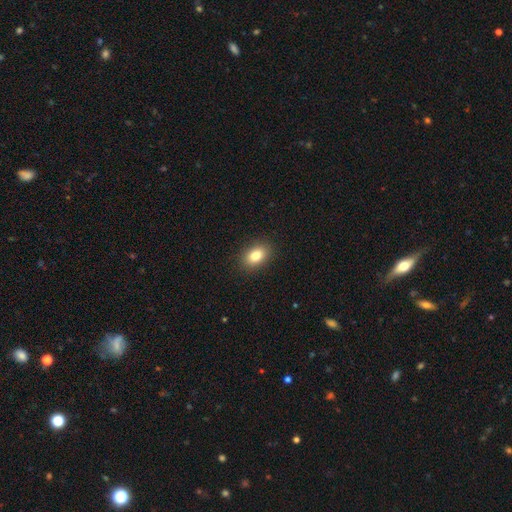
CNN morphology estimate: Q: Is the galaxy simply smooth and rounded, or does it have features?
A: smooth — 82%.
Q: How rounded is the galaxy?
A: in between — 81%.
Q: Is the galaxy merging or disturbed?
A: none — 89%.